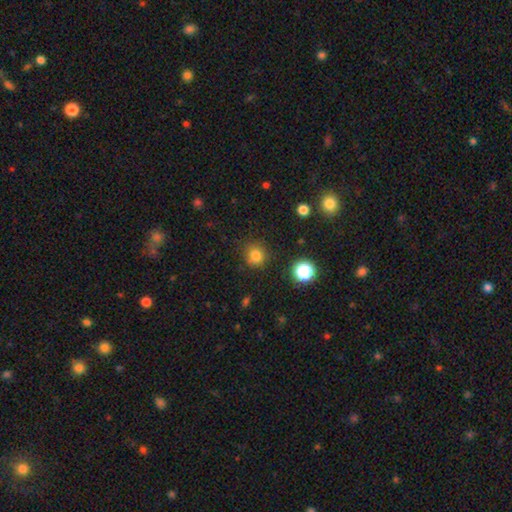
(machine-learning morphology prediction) A smooth galaxy with no disk features (80%) that is round (89%).

Vote fractions:
- Smooth or featured? smooth: 80% / star or artifact: 15% / featured or disk: 5%
- How rounded? round: 89% / in between: 10% / cigar-shaped: 1%
- Merging? none: 86% / minor disturbance: 9% / major disturbance: 3% / merger: 2%